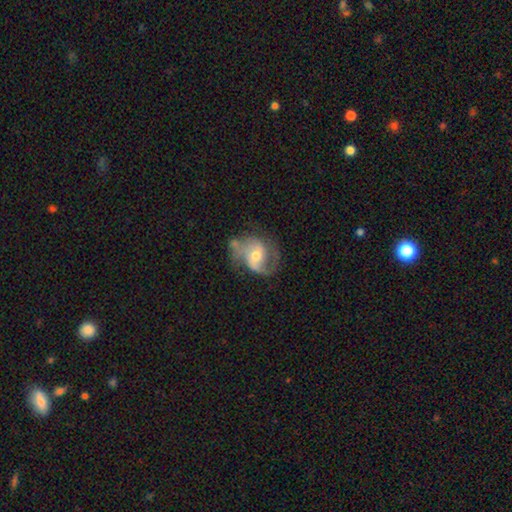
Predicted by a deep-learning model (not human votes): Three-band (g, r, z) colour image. It shows a featured or disk galaxy (79%) with no bar (43%, tied with weak), 2 (76%) medium (48%) spiral arms (91%) and a moderate central bulge (62%). Merging: none (51%).